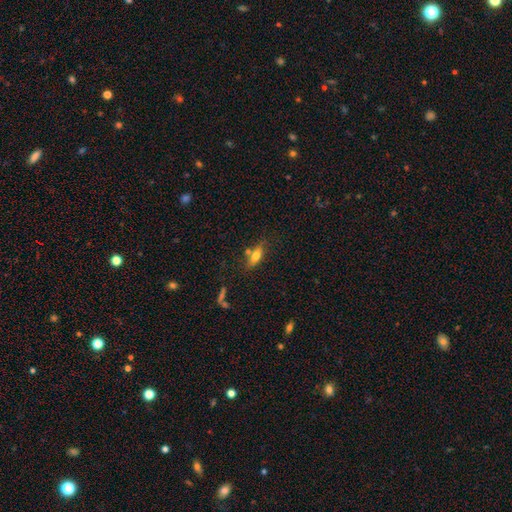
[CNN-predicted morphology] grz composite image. It shows a smooth galaxy with no disk features (68%) that is in between round and cigar-shaped (66%). Merging: none (65%).